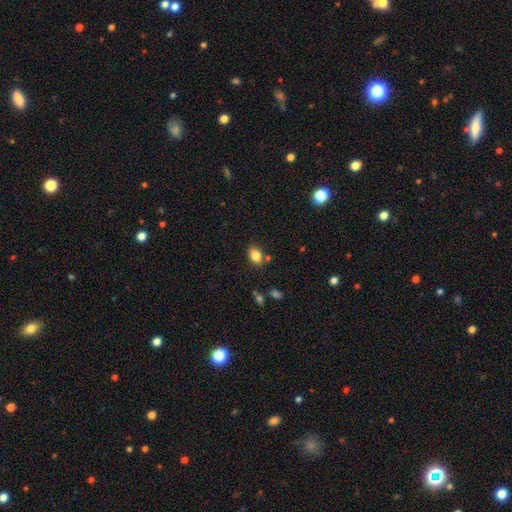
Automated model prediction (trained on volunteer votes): smooth-or-featured: smooth: 83% | star or artifact: 10% | featured or disk: 8%
  how-rounded: in between: 80% | round: 18% | cigar-shaped: 1%
  merging: none: 78% | minor disturbance: 12% | merger: 7% | major disturbance: 3%